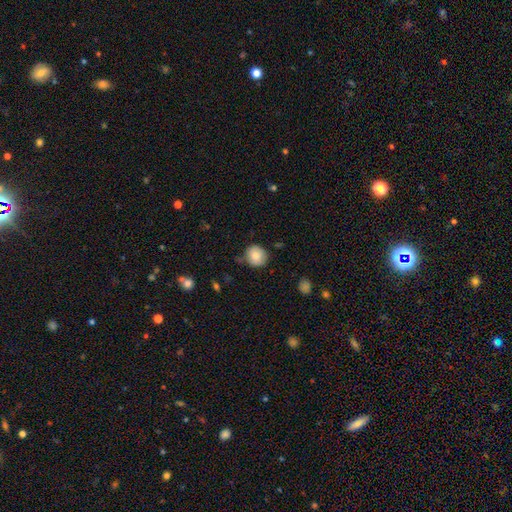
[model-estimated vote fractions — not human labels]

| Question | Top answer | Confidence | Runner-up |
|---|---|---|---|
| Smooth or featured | smooth | 83% | featured or disk (9%) |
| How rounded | round | 89% | in between (10%) |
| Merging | none | 77% | minor disturbance (17%) |